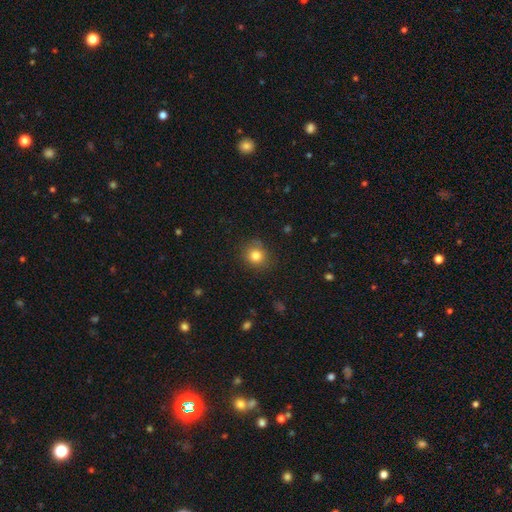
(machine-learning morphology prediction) type=smooth (81%); roundness=round (83%); merging=none (81%).